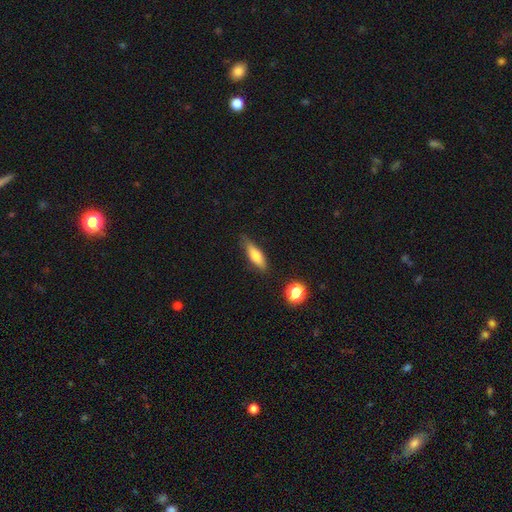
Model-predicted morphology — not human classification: Smooth or featured? Predicted: smooth (p=0.71). How rounded? Predicted: cigar-shaped (p=0.50). Merging? Predicted: none (p=0.76).